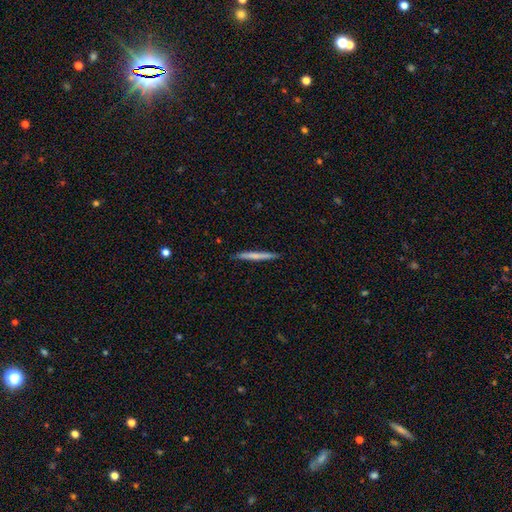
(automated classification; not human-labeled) Smooth or featured?
  - smooth: 64% *
  - featured or disk: 31%
  - star or artifact: 5%
How rounded?
  - cigar-shaped: 97% *
  - in between: 2%
  - round: 1%
Merging?
  - none: 91% *
  - minor disturbance: 7%
  - major disturbance: 1%
  - merger: 1%